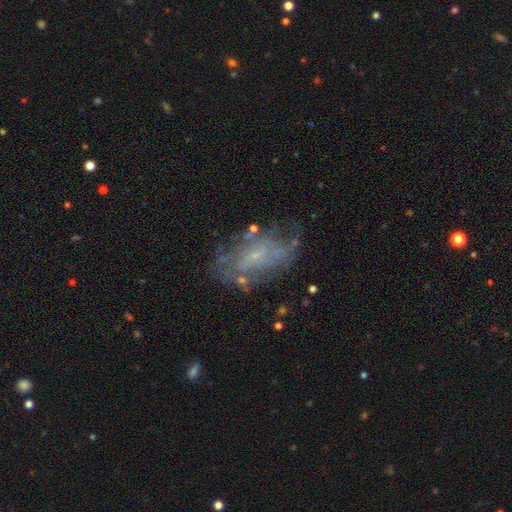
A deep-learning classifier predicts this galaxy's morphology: A featured or disk galaxy (64%) with no bar (69%), spiral arms (54%) and a small central bulge (66%). Merging: none (56%).